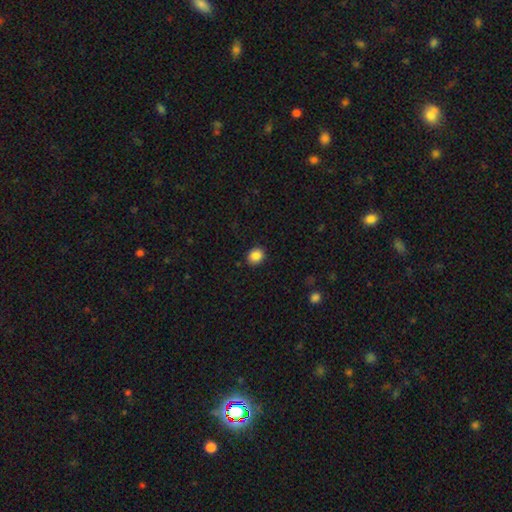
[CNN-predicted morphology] smooth-or-featured: smooth: 88% | star or artifact: 9% | featured or disk: 3%
  how-rounded: round: 62% | in between: 37% | cigar-shaped: 1%
  merging: none: 89% | minor disturbance: 8% | major disturbance: 2% | merger: 1%